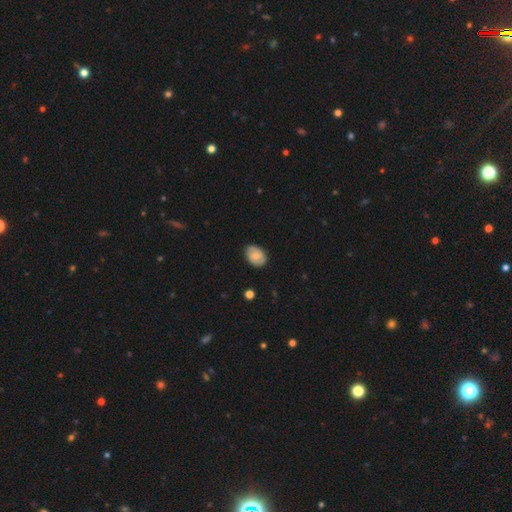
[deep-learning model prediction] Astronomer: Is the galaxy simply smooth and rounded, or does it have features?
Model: smooth — 56% (runner-up: featured or disk, 36%).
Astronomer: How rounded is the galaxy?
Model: in between — 76%.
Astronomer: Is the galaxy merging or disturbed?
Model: none — 81%.